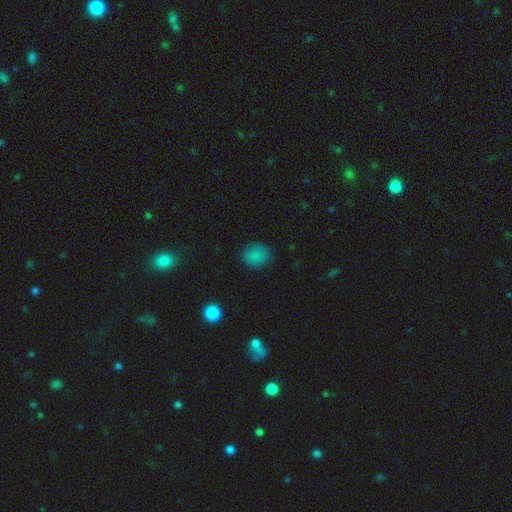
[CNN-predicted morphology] smooth_or_featured: smooth (p=0.83) [alt: star or artifact p=0.13]
how_rounded: round (p=0.66) [alt: in between p=0.33]
merging: none (p=0.83) [alt: minor disturbance p=0.13]